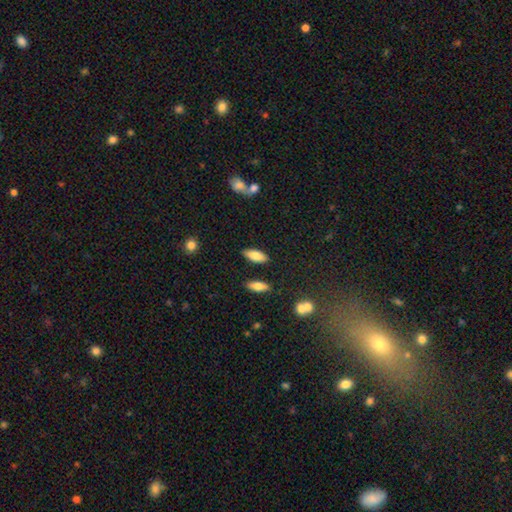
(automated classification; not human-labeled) This appears to be a smooth galaxy with no disk features (82%) that is in between round and cigar-shaped (80%). Merging: none (83%).